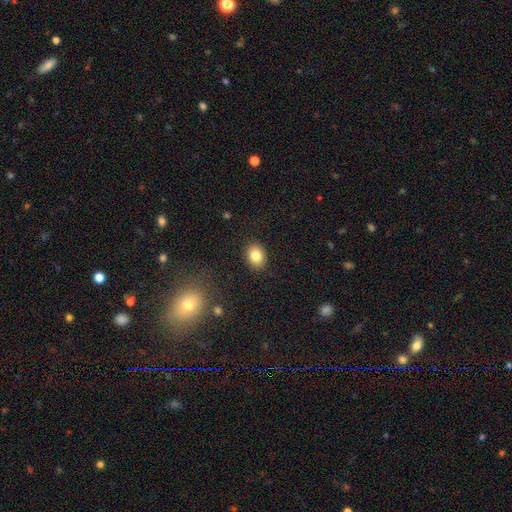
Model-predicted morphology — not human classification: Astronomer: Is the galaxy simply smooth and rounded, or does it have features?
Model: smooth — 83%.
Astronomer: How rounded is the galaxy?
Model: in between — 66%.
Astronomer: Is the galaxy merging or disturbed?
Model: none — 88%.